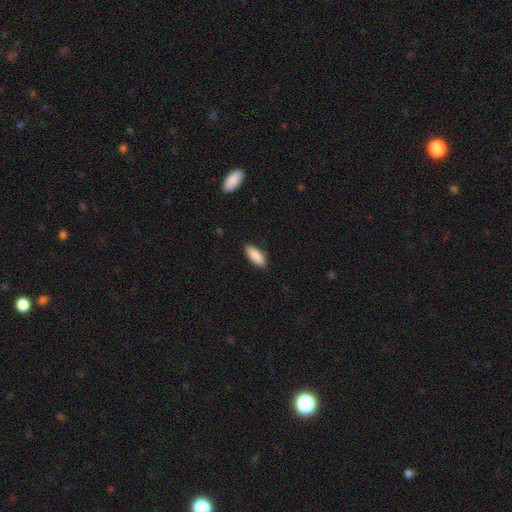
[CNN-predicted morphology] This appears to be a smooth galaxy with no disk features (89%) that is in between round and cigar-shaped (75%). Merging: none (87%).